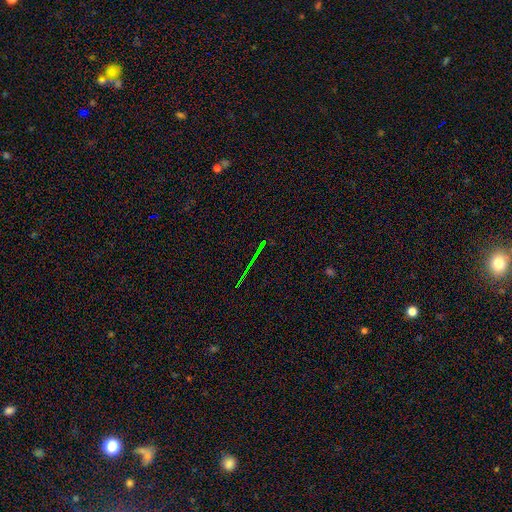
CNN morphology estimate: star or artifact 74%, featured or disk 15%, smooth 11%.